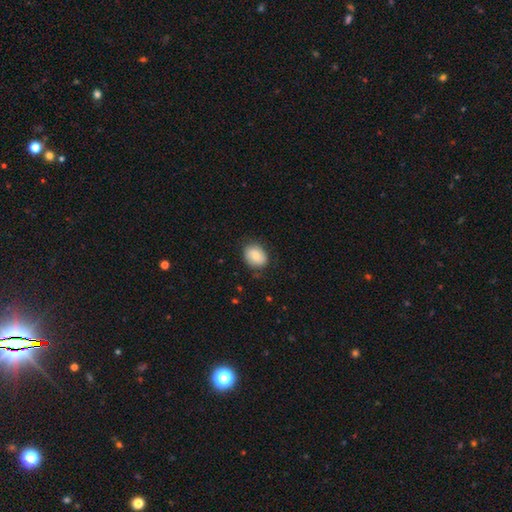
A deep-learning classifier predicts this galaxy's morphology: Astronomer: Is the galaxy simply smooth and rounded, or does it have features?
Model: smooth — 76%.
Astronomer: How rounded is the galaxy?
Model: in between — 57% (runner-up: round, 42%).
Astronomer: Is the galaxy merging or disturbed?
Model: none — 78%.